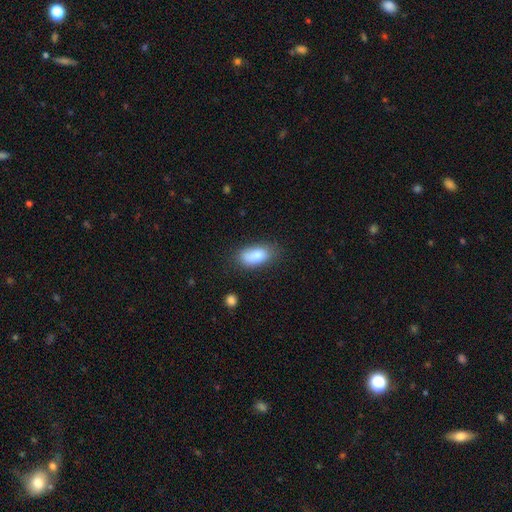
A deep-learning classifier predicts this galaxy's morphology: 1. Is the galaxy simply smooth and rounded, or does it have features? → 82% smooth, 10% featured or disk, 7% star or artifact.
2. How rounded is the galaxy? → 90% in between, 5% cigar-shaped, 4% round.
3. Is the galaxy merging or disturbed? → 64% none, 24% minor disturbance, 7% major disturbance, 5% merger.